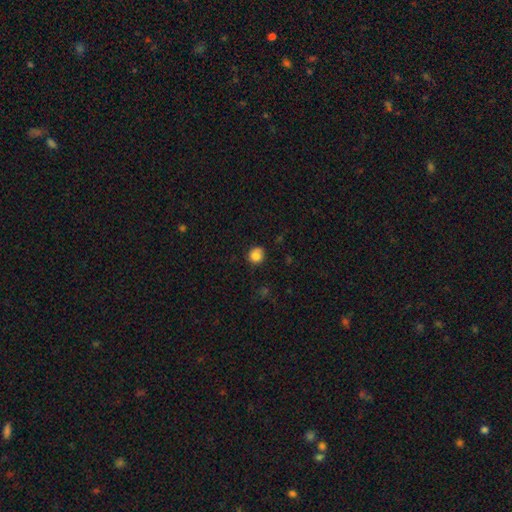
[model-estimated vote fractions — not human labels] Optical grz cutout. It shows a smooth galaxy with no disk features (84%) that is round (85%). Merging: none (73%).